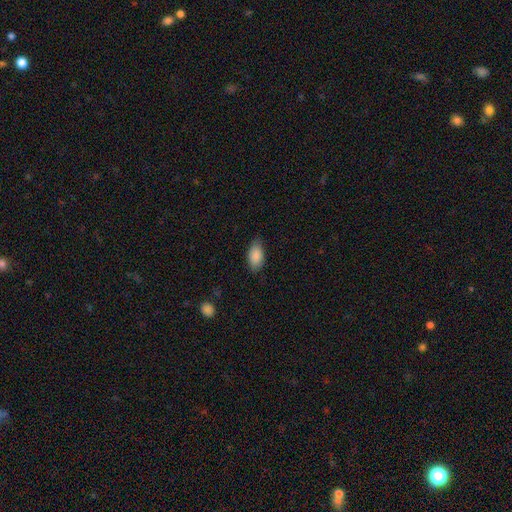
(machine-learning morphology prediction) Overall: smooth (88%). How rounded: in between (93%). Merging: none (78%).